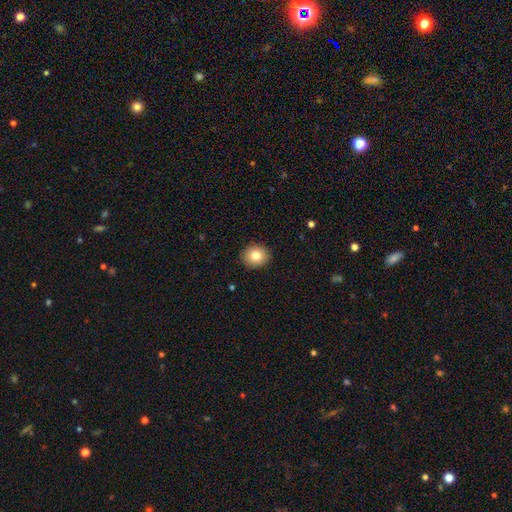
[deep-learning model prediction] Smooth or featured: smooth — 81% (featured or disk — 10%)
How rounded: round — 80% (in between — 19%)
Merging: none — 91% (minor disturbance — 6%)